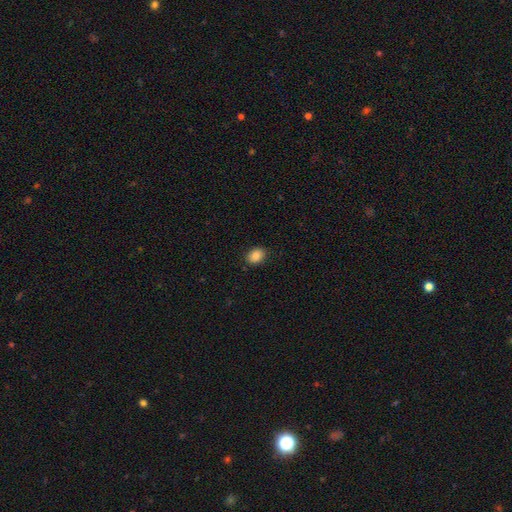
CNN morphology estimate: type=smooth (86%); roundness=in between (61%); merging=none (87%).